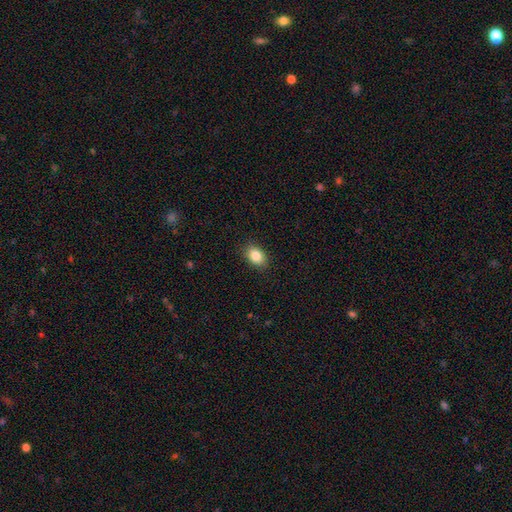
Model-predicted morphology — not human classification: Smooth or featured? smooth (85%)
How rounded? in between (78%)
Merging? none (88%)